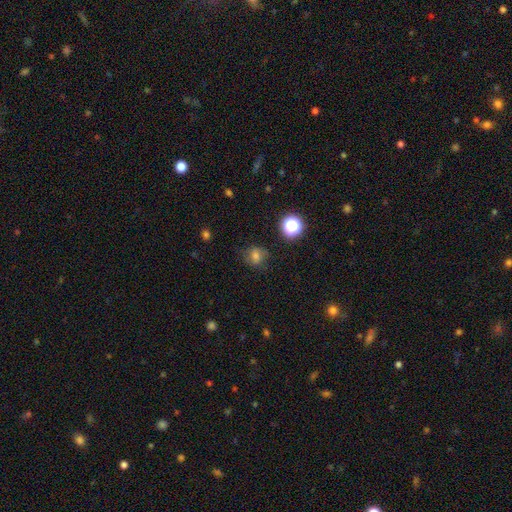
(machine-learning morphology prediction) Smooth or featured? Predicted: smooth (p=0.69). How rounded? Predicted: round (p=0.71). Merging? Predicted: none (p=0.72).